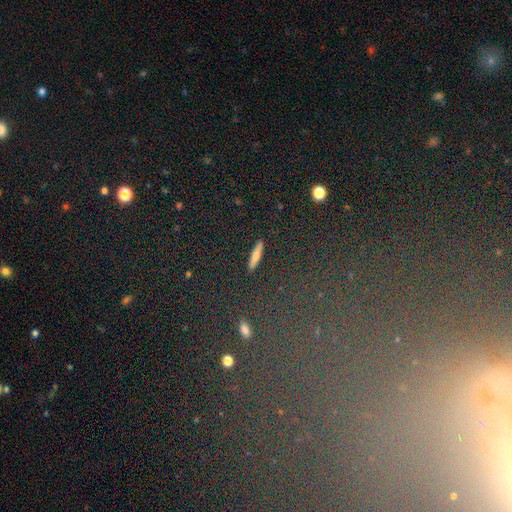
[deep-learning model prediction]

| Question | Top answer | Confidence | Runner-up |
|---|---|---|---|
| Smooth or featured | smooth | 59% | featured or disk (28%) |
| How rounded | cigar-shaped | 79% | in between (16%) |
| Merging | none | 90% | minor disturbance (7%) |